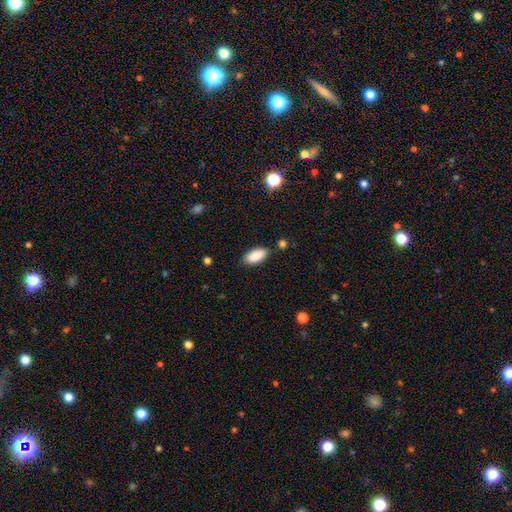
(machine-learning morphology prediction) A smooth galaxy with no disk features (89%) that is in between round and cigar-shaped (92%). Merging: none (83%).